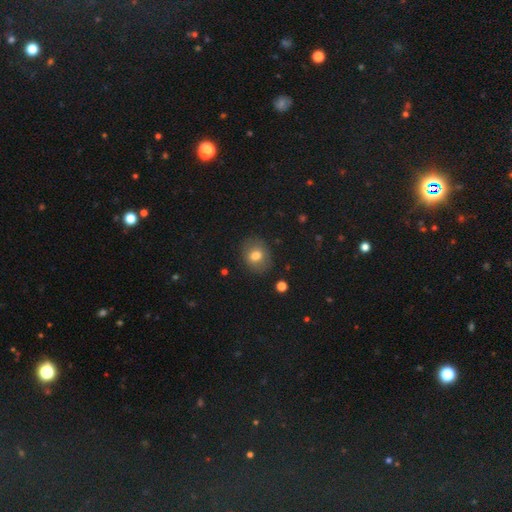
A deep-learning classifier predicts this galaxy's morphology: Smooth or featured? Predicted: smooth (p=0.76). How rounded? Predicted: round (p=0.54). Merging? Predicted: none (p=0.83).